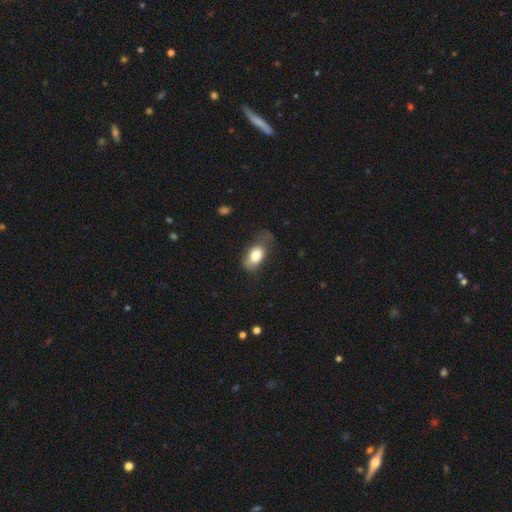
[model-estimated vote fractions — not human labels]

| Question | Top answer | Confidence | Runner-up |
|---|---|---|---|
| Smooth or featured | smooth | 77% | featured or disk (15%) |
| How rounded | in between | 87% | round (10%) |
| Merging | none | 40% | minor disturbance (32%) |